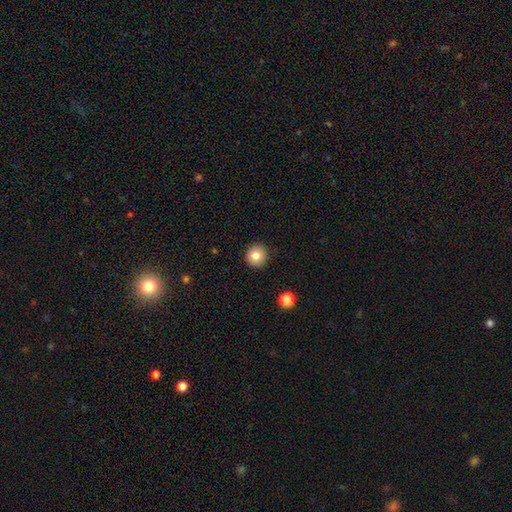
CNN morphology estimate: Q: Smooth or featured?
A: smooth (82%); runner-up: star or artifact (10%)
Q: How rounded?
A: round (95%); runner-up: in between (4%)
Q: Merging?
A: none (92%); runner-up: minor disturbance (5%)